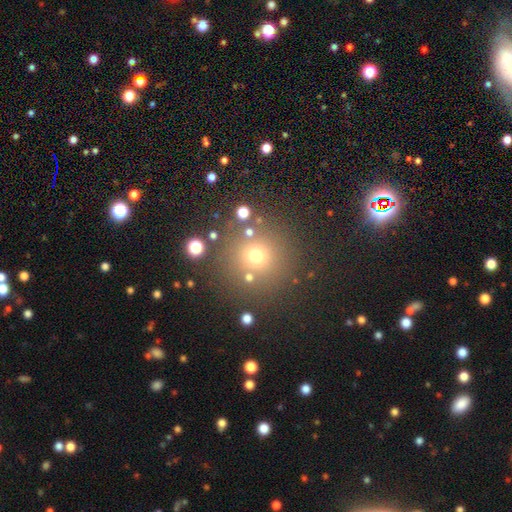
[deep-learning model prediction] Smooth or featured: smooth — 66% (star or artifact — 24%)
How rounded: round — 94% (in between — 5%)
Merging: none — 82% (minor disturbance — 8%)